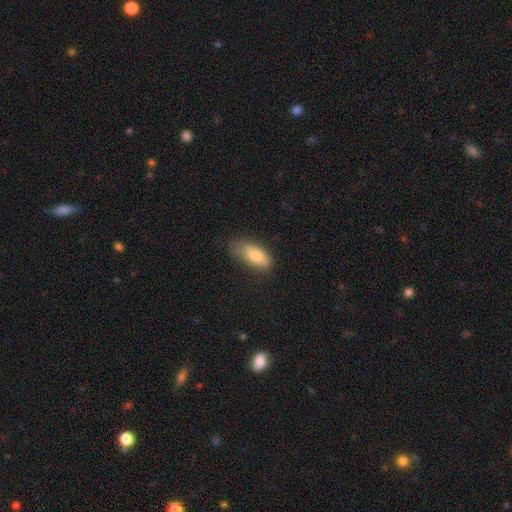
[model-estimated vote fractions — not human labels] This is likely a smooth galaxy (79%). How rounded: clearly in between (87%). Merging: possibly none (58%).